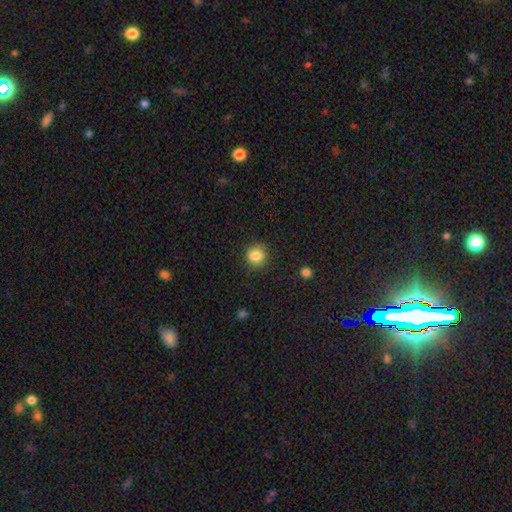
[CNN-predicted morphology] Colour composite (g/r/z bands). It shows a smooth galaxy with no disk features (85%) that is round (84%). Merging: none (84%).